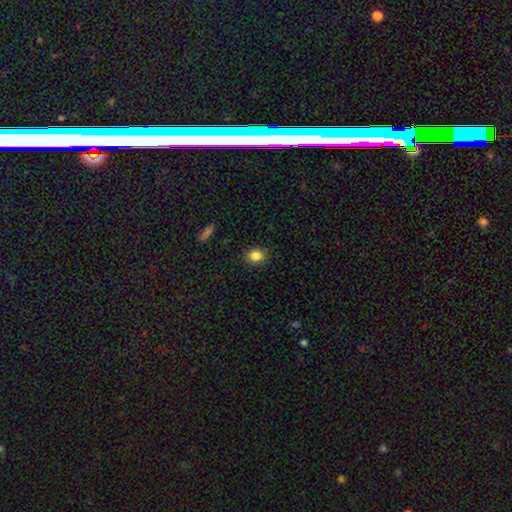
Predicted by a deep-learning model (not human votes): The model was most divided on "how rounded": in between: 55%, round: 43%, cigar-shaped: 1%. More confident: merging — none (88%); smooth or featured — smooth (85%).